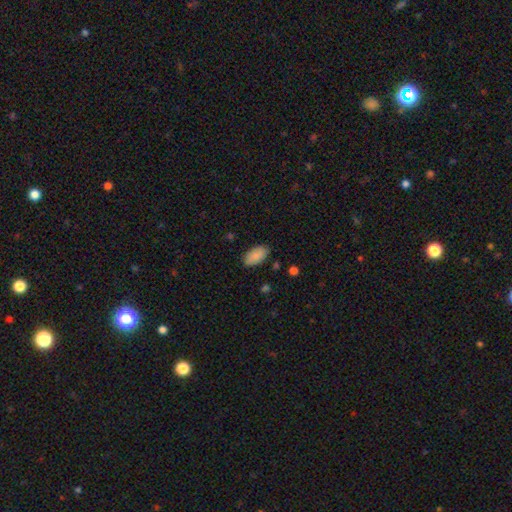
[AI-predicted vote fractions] Q: Smooth or featured?
A: smooth (89%); runner-up: star or artifact (7%)
Q: How rounded?
A: in between (95%); runner-up: round (3%)
Q: Merging?
A: none (85%); runner-up: minor disturbance (11%)